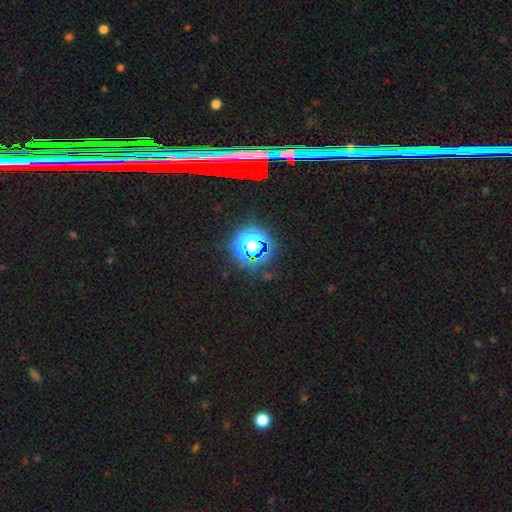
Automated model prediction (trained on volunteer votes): Smooth or featured? Predicted: star or artifact (p=0.74).